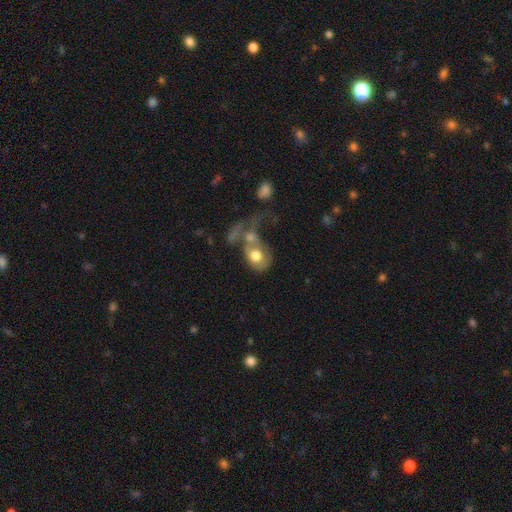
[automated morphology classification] Smooth or featured? smooth (57%)
How rounded? in between (64%)
Merging? merger (57%)